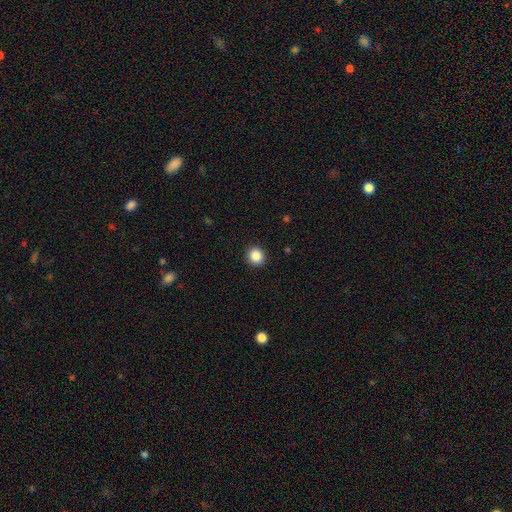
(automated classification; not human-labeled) smooth 87%, star or artifact 10%, featured or disk 4%. Down the decision tree: how rounded — round (86%); merging — none (92%).